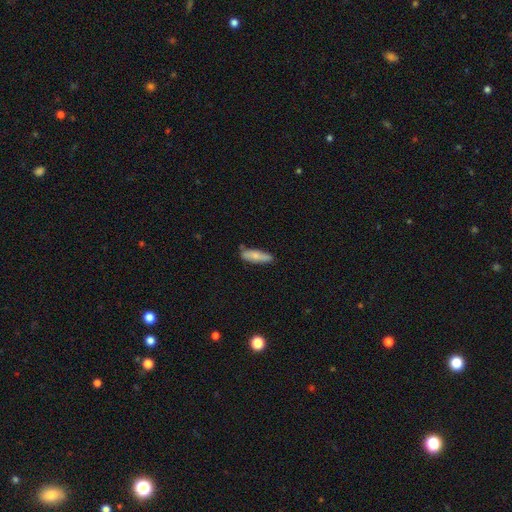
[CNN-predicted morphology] This is likely a smooth galaxy (74%). How rounded: likely cigar-shaped (61%). Merging: likely none (77%).